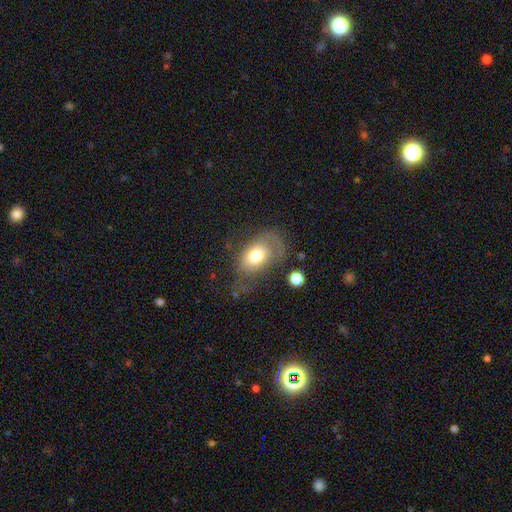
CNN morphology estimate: type=smooth (65%); roundness=in between (81%); merging=none (44%).